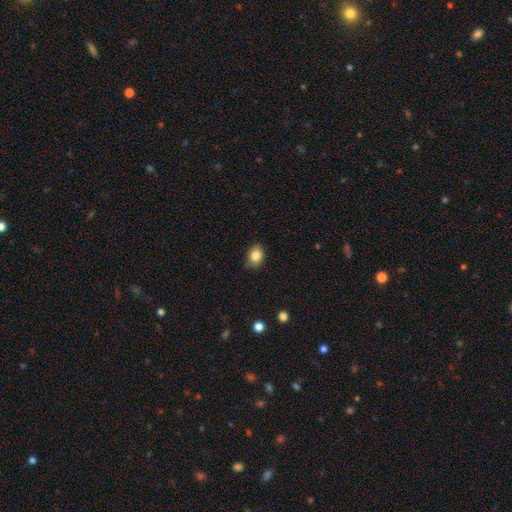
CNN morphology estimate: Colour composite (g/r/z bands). It shows a smooth galaxy with no disk features (83%) that is in between round and cigar-shaped (62%). Merging: none (78%).